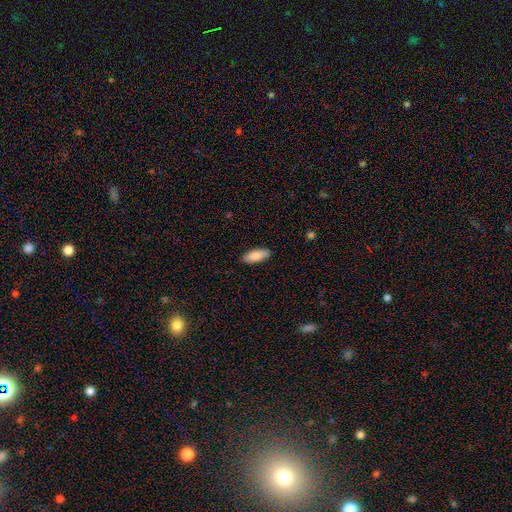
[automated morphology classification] Smooth or featured: smooth — 85% (featured or disk — 10%)
How rounded: in between — 80% (cigar-shaped — 19%)
Merging: none — 86% (minor disturbance — 11%)